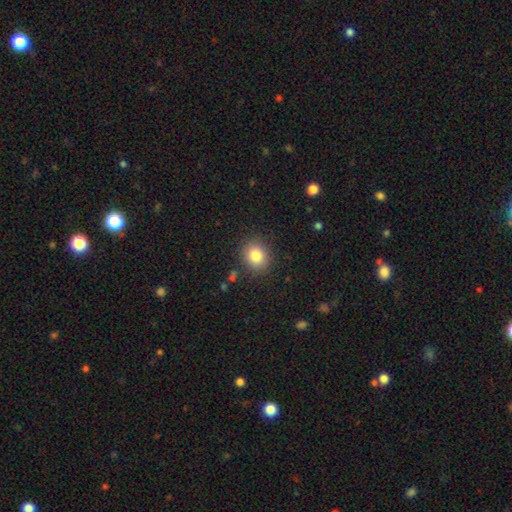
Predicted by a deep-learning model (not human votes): Q: Smooth or featured?
A: smooth (82%); runner-up: star or artifact (11%)
Q: How rounded?
A: round (73%); runner-up: in between (26%)
Q: Merging?
A: none (88%); runner-up: minor disturbance (8%)